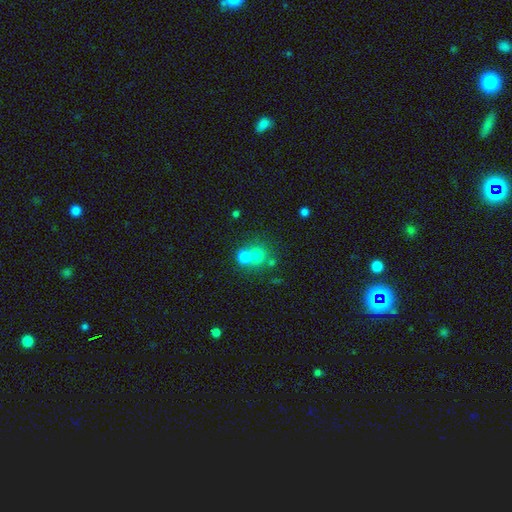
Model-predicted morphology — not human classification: Overall: smooth (71%). How rounded: round (84%). Merging: merger (49%; none 41%).